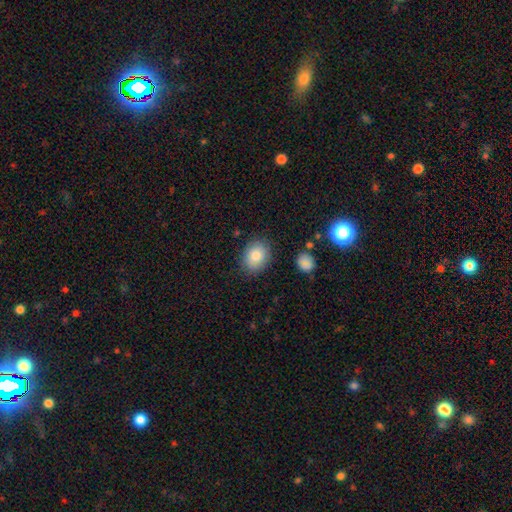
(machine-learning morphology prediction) The model was most divided on "how rounded": in between: 53%, round: 47%, cigar-shaped: 1%. More confident: smooth or featured — smooth (84%); merging — none (82%).